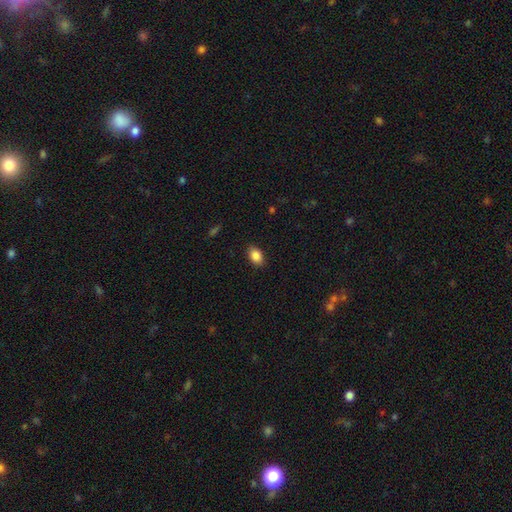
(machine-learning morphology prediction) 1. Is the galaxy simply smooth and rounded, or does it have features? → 88% smooth, 8% star or artifact, 4% featured or disk.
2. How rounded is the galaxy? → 82% in between, 17% round, 1% cigar-shaped.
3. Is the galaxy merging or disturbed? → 88% none, 9% minor disturbance, 2% major disturbance, 1% merger.